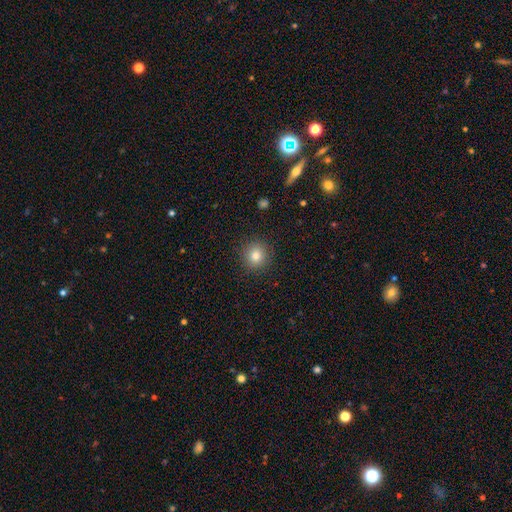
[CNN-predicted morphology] A smooth galaxy with no disk features (81%) that is round (91%).

Vote fractions:
- Smooth or featured? smooth: 81% / star or artifact: 12% / featured or disk: 7%
- How rounded? round: 91% / in between: 8% / cigar-shaped: 1%
- Merging? none: 90% / minor disturbance: 7% / major disturbance: 2% / merger: 1%